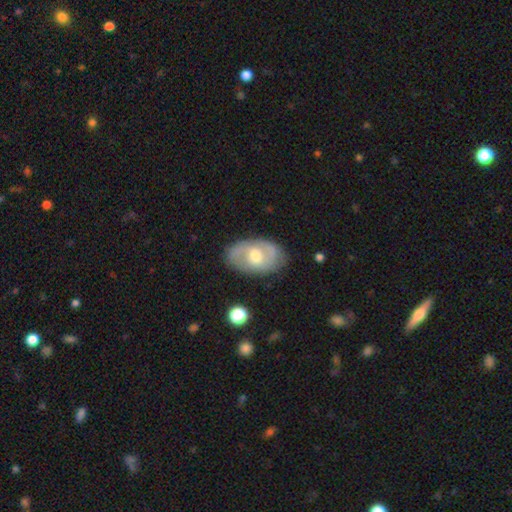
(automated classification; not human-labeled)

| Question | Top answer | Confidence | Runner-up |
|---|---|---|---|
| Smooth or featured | featured or disk | 66% | smooth (28%) |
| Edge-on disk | no | 94% | yes (6%) |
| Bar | no | 49% | weak (42%) |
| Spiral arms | yes | 77% | no (23%) |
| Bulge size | moderate | 71% | small (16%) |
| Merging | none | 77% | minor disturbance (16%) |